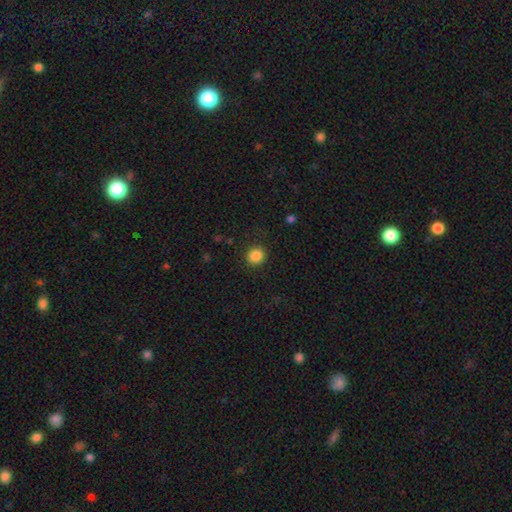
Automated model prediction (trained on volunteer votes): Smooth or featured?
  - smooth: 86% *
  - star or artifact: 10%
  - featured or disk: 4%
How rounded?
  - round: 86% *
  - in between: 13%
  - cigar-shaped: 1%
Merging?
  - none: 89% *
  - minor disturbance: 7%
  - major disturbance: 3%
  - merger: 1%